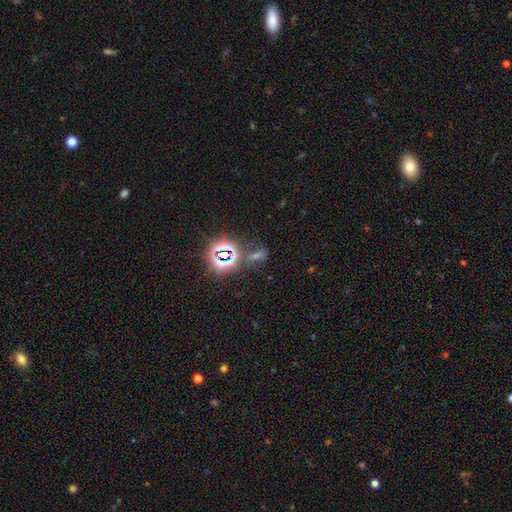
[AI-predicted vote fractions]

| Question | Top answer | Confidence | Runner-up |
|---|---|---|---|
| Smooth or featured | star or artifact | 66% | smooth (22%) |